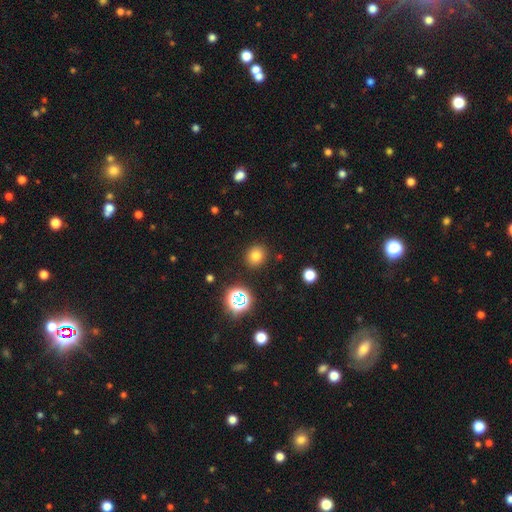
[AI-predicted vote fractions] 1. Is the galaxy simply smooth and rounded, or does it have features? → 75% smooth, 18% star or artifact, 7% featured or disk.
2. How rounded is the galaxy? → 75% round, 24% in between, 1% cigar-shaped.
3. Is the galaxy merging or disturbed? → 88% none, 7% minor disturbance, 3% major disturbance, 2% merger.